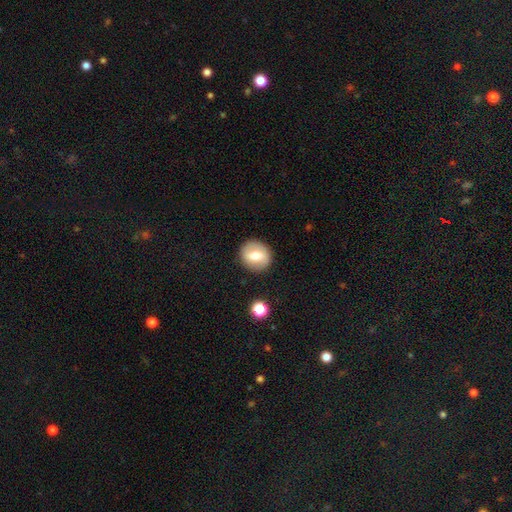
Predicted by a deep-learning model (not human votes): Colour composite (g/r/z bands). It shows a smooth galaxy with no disk features (57%) that is round (80%). Merging: none (87%).